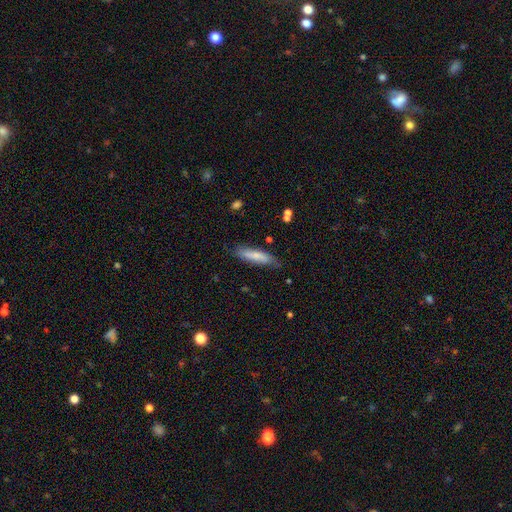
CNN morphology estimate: The model was most divided on "how rounded": cigar-shaped: 74%, in between: 24%, round: 1%. More confident: merging — none (76%); smooth or featured — smooth (73%).